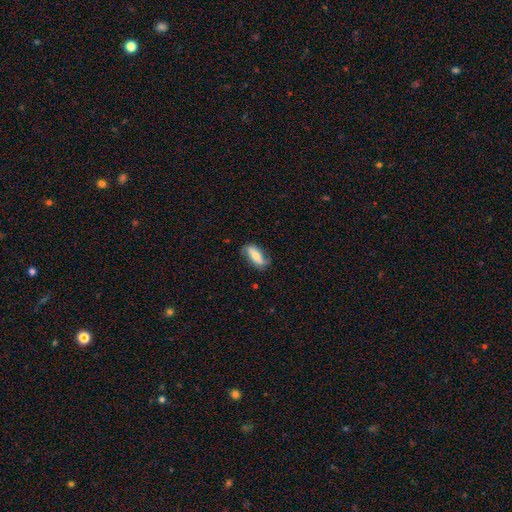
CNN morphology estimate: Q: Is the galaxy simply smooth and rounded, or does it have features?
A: featured or disk — 53%.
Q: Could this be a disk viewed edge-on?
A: no — 84%.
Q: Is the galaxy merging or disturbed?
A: none — 68%.